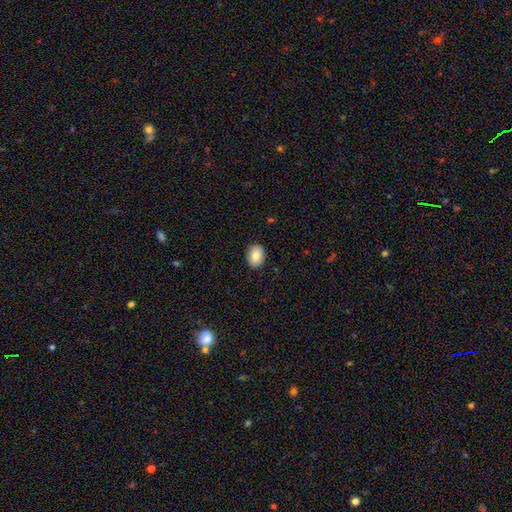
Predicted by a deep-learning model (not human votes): Smooth or featured? smooth (82%)
How rounded? in between (61%)
Merging? none (89%)